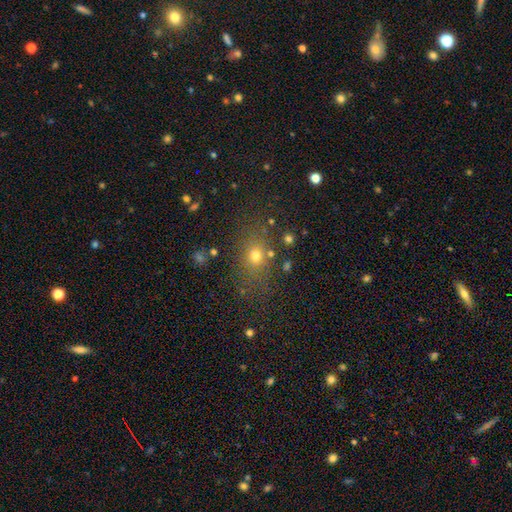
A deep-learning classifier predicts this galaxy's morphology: The model was most divided on "how rounded": round: 53%, in between: 44%, cigar-shaped: 3%. More confident: merging — none (78%); smooth or featured — smooth (68%).